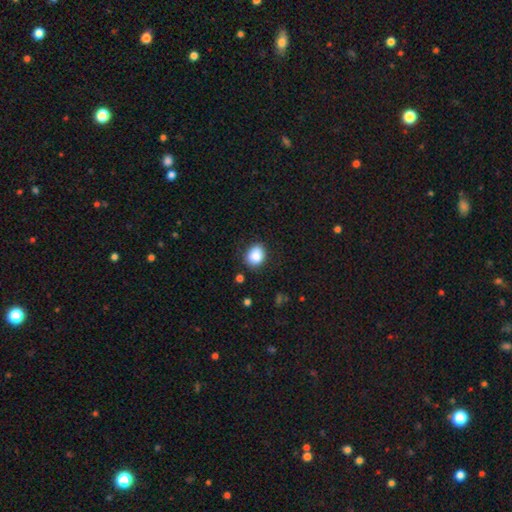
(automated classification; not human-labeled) smooth 86%, star or artifact 9%, featured or disk 5%. Down the decision tree: how rounded — round (52%); merging — none (83%).